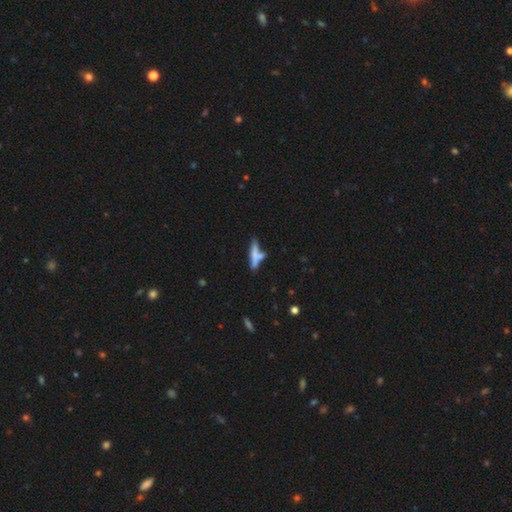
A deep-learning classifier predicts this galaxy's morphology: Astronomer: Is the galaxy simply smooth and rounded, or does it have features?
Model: smooth — 63%.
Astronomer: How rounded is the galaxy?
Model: cigar-shaped — 81%.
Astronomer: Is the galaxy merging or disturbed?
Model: none — 49% (runner-up: merger, 30%).